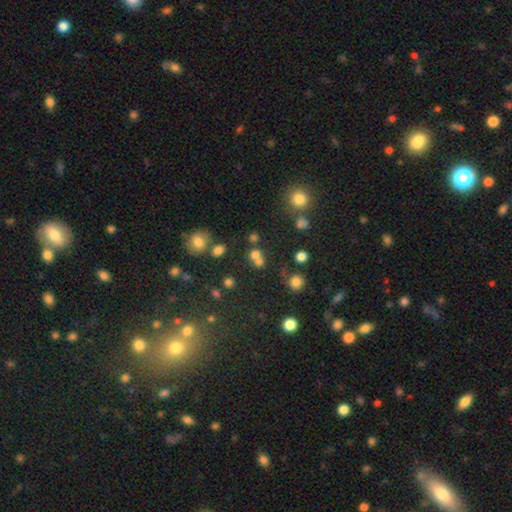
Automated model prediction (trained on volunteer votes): The model was most divided on "merging": none: 47%, merger: 40%, minor disturbance: 8%, major disturbance: 4%. More confident: how rounded — round (80%); smooth or featured — smooth (68%).